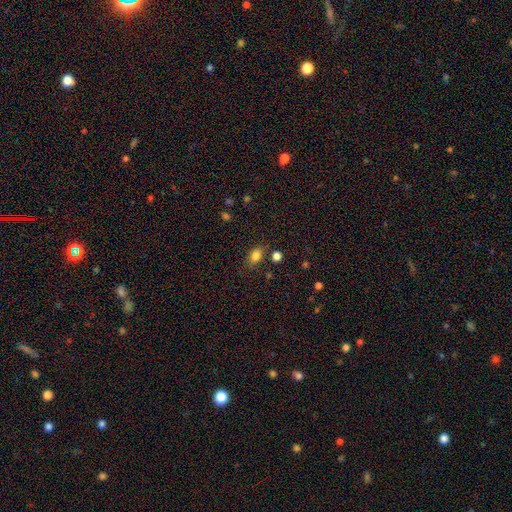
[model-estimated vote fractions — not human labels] Morphology: type=smooth (82%); roundness=in between (78%); merging=none (77%).